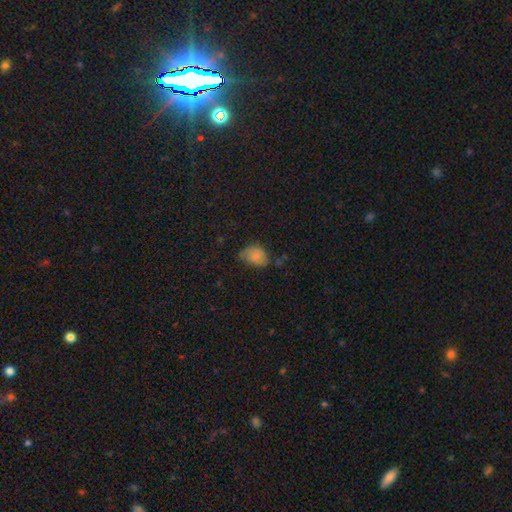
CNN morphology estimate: Q: Smooth or featured?
A: smooth (80%); runner-up: star or artifact (11%)
Q: How rounded?
A: in between (75%); runner-up: round (24%)
Q: Merging?
A: none (49%); runner-up: minor disturbance (36%)